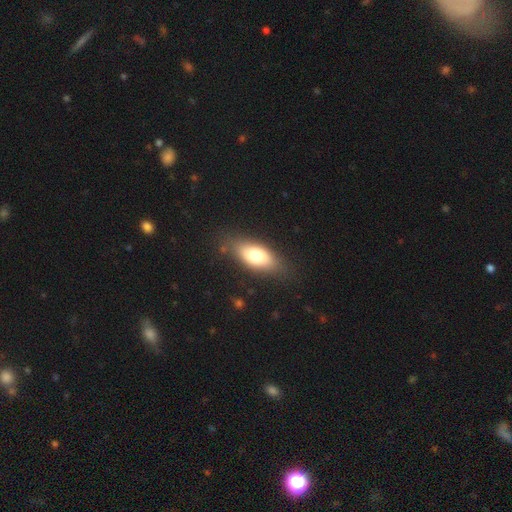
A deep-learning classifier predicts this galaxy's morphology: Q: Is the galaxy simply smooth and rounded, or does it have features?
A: smooth — 73%.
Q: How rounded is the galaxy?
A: in between — 83%.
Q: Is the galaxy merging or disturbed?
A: none — 79%.